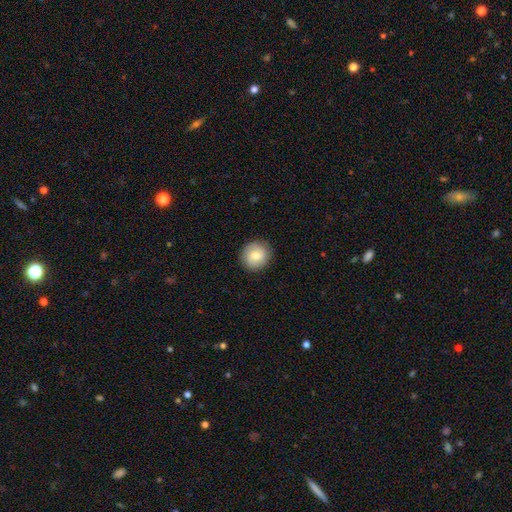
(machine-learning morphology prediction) Smooth or featured?
  - smooth: 74% *
  - featured or disk: 18%
  - star or artifact: 8%
How rounded?
  - round: 87% *
  - in between: 12%
  - cigar-shaped: 1%
Merging?
  - none: 89% *
  - minor disturbance: 8%
  - major disturbance: 2%
  - merger: 1%